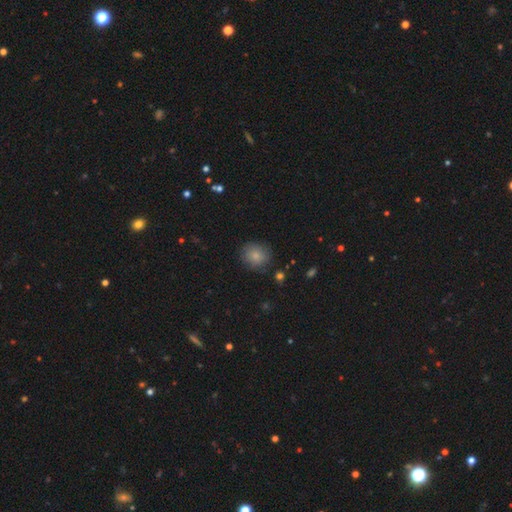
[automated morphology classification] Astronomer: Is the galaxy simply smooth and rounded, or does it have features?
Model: smooth — 83%.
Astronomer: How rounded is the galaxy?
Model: round — 83%.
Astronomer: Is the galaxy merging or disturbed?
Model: none — 83%.